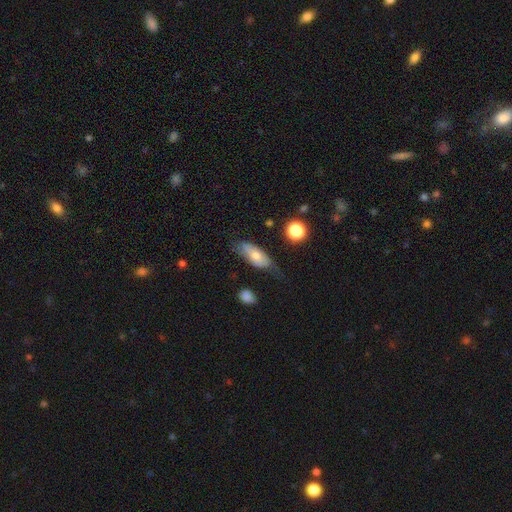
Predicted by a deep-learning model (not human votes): Smooth or featured?
  - smooth: 67% *
  - featured or disk: 25%
  - star or artifact: 7%
How rounded?
  - in between: 80% *
  - cigar-shaped: 16%
  - round: 3%
Merging?
  - none: 52% *
  - minor disturbance: 33%
  - major disturbance: 12%
  - merger: 3%